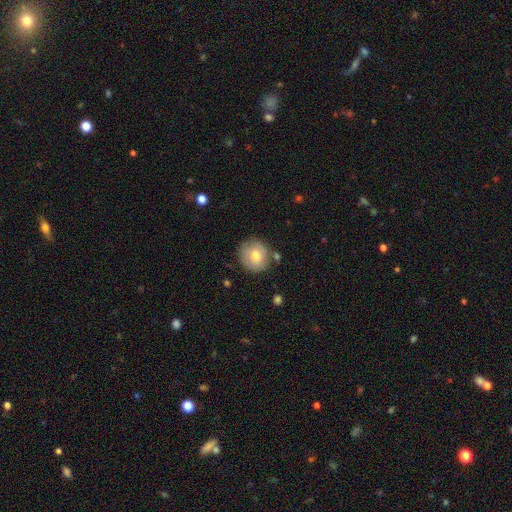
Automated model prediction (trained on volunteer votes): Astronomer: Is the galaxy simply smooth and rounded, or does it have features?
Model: smooth — 66%.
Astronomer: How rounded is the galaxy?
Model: round — 87%.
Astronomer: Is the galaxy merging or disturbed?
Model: none — 77%.